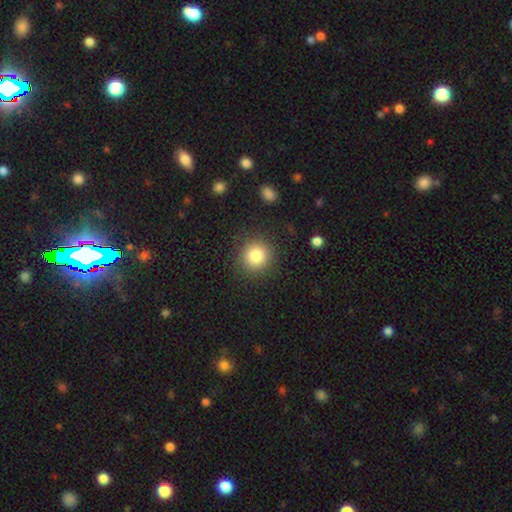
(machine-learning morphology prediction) This appears to be a smooth galaxy with no disk features (84%) that is round (90%). Merging: none (87%).